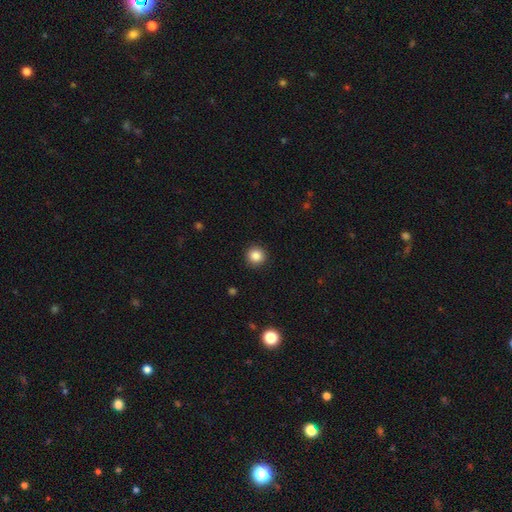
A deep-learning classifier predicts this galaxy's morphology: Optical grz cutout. It shows a smooth galaxy with no disk features (86%) that is round (95%). Merging: none (92%).